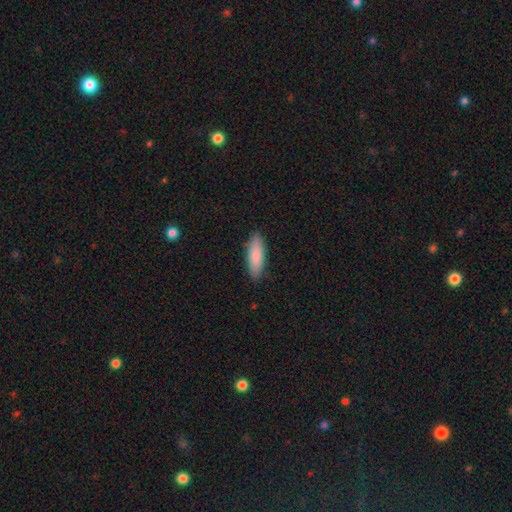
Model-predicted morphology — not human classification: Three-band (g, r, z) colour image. It shows a smooth galaxy with no disk features (87%) that is in between round and cigar-shaped (55%). Merging: none (87%).